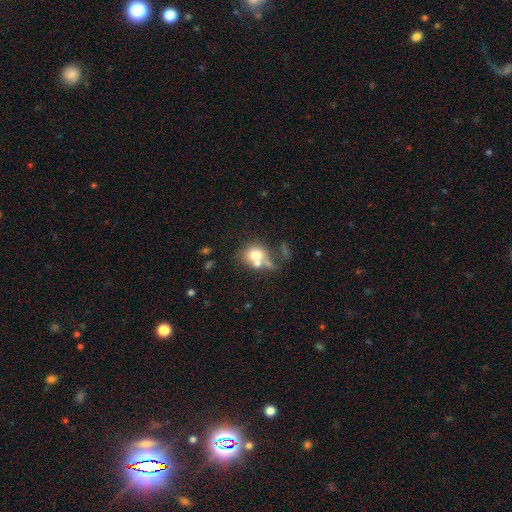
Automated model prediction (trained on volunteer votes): smooth 69%, featured or disk 20%, star or artifact 11%. Down the decision tree: how rounded — round (61%); merging — merger (43%).